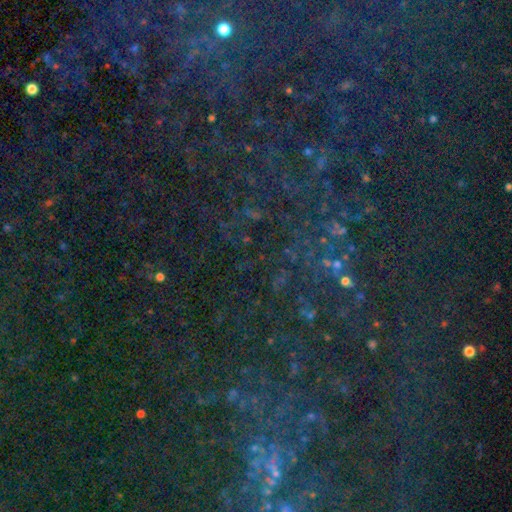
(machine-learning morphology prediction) Smooth or featured?
  - star or artifact: 82% *
  - smooth: 10%
  - featured or disk: 7%